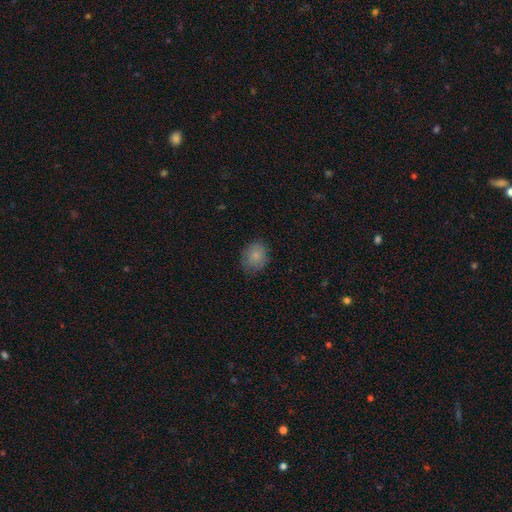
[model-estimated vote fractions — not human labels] smooth-or-featured: smooth: 80% | featured or disk: 12% | star or artifact: 8%
  how-rounded: round: 66% | in between: 33% | cigar-shaped: 1%
  merging: none: 73% | minor disturbance: 21% | major disturbance: 5% | merger: 1%